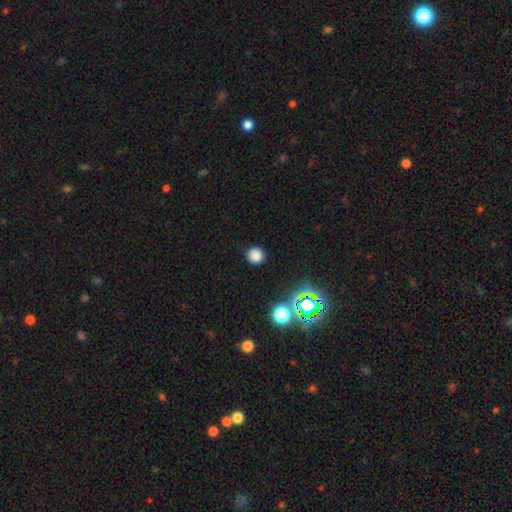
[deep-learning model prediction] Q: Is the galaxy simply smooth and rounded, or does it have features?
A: smooth — 79%.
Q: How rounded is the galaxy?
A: round — 92%.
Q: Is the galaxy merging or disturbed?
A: none — 90%.